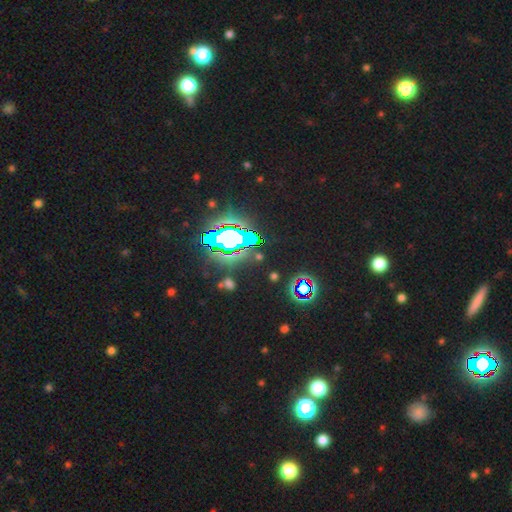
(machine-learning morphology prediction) Overall: star or artifact (71%).